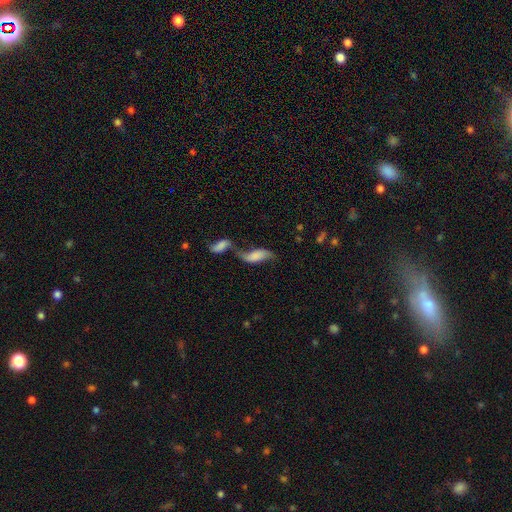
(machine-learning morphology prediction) Overall: smooth (53%; featured or disk 38%). How rounded: in between (79%). Merging: merger (62%).